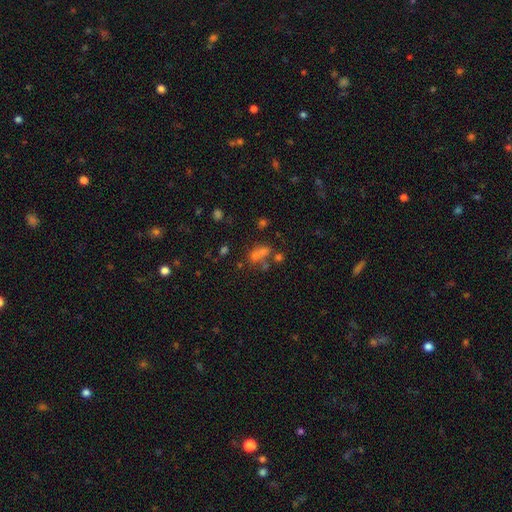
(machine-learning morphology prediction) smooth_or_featured: smooth (p=0.53) [alt: star or artifact p=0.28]
how_rounded: in between (p=0.60) [alt: round p=0.33]
merging: none (p=0.39) [tied with: merger p=0.39]